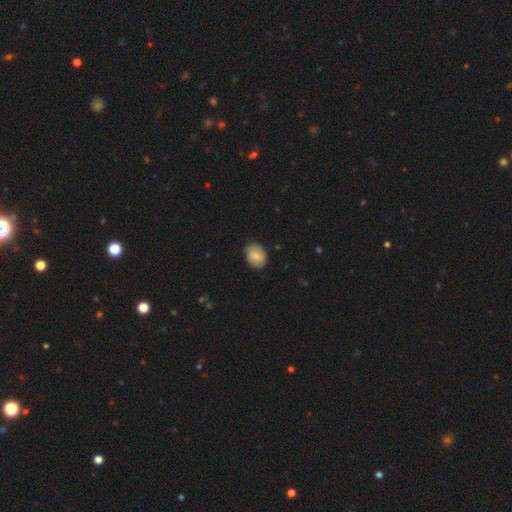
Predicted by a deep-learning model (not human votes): A smooth galaxy with no disk features (75%) that is in between round and cigar-shaped (70%). Merging: none (76%).